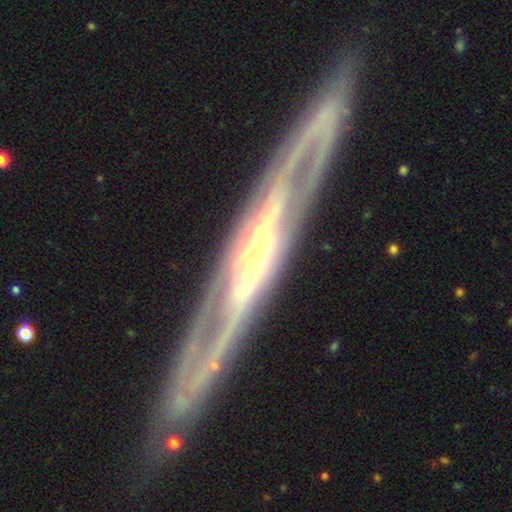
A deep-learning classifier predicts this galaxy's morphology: A featured or disk galaxy (88%) viewed edge-on (59%) with a rounded central bulge (47%).

Vote fractions:
- Smooth or featured? featured or disk: 88% / smooth: 8% / star or artifact: 5%
- Edge-on disk? yes: 59% / no: 41%
- Edge-on bulge? rounded: 47% / none: 33% / boxy: 20%
- Merging? none: 80% / minor disturbance: 12% / major disturbance: 5% / merger: 2%